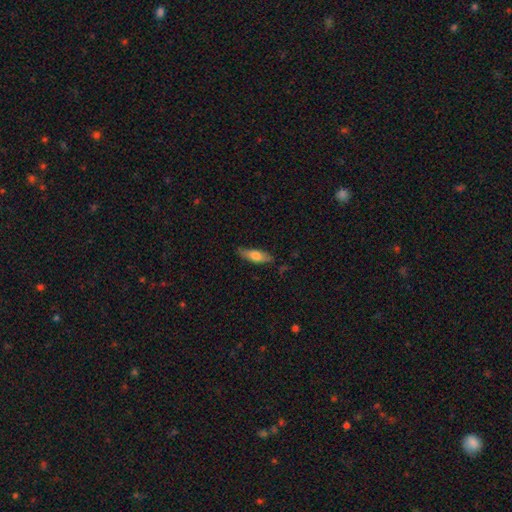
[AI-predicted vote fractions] A smooth galaxy with no disk features (67%) that is in between round and cigar-shaped (56%).

Vote fractions:
- Smooth or featured? smooth: 67% / featured or disk: 27% / star or artifact: 6%
- How rounded? in between: 56% / cigar-shaped: 42% / round: 2%
- Merging? none: 76% / minor disturbance: 19% / major disturbance: 4% / merger: 2%